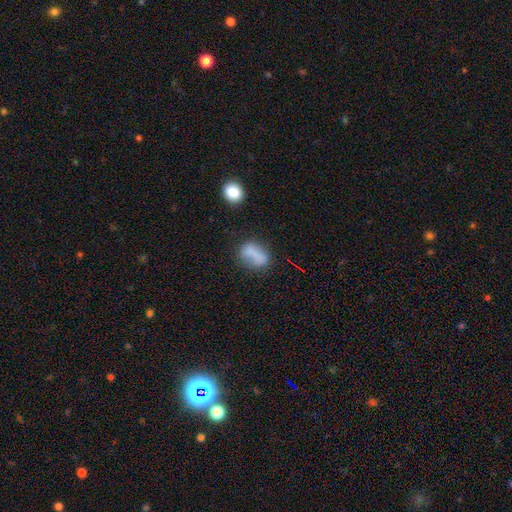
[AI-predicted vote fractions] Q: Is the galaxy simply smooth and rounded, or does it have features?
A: smooth — 74%.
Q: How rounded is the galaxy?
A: in between — 71%.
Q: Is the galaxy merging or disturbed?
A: none — 57%.